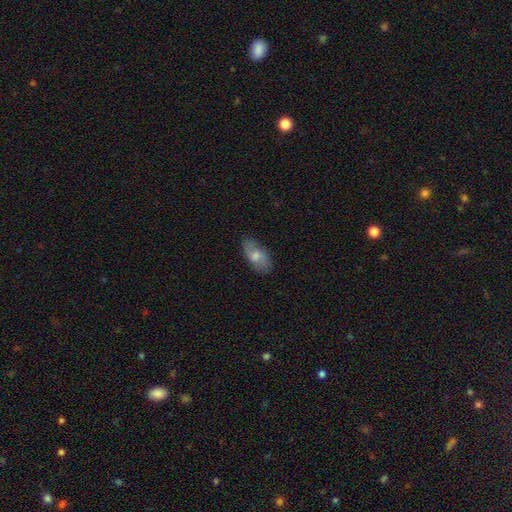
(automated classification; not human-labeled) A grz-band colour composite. It shows a smooth galaxy with no disk features (56%) that is in between round and cigar-shaped (91%). Merging: none (82%).